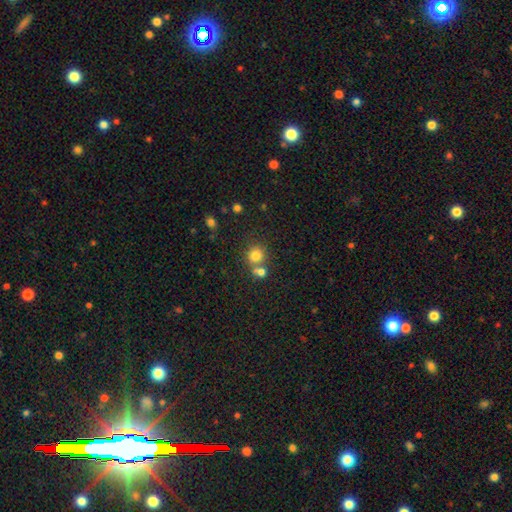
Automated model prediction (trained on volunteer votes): This appears to be a smooth galaxy with no disk features (79%) that is round (86%). Merging: none (54%).